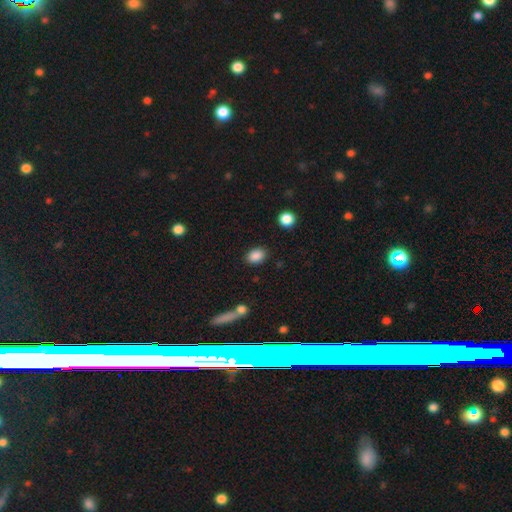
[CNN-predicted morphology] Smooth or featured?
  - smooth: 87% *
  - star or artifact: 8%
  - featured or disk: 4%
How rounded?
  - in between: 74% *
  - round: 24%
  - cigar-shaped: 2%
Merging?
  - none: 86% *
  - minor disturbance: 9%
  - major disturbance: 3%
  - merger: 3%